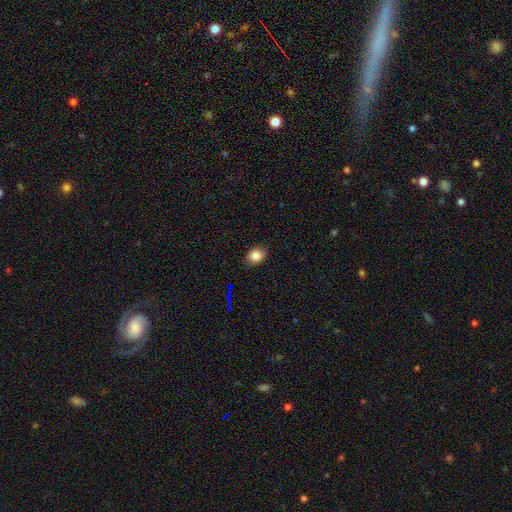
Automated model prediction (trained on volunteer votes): A smooth galaxy with no disk features (83%) that is in between round and cigar-shaped (59%). Merging: none (85%).